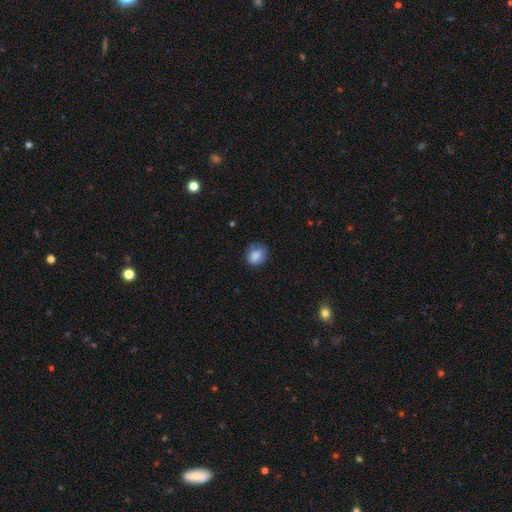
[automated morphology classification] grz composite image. It shows a smooth galaxy with no disk features (82%) that is round (61%). Merging: none (70%).